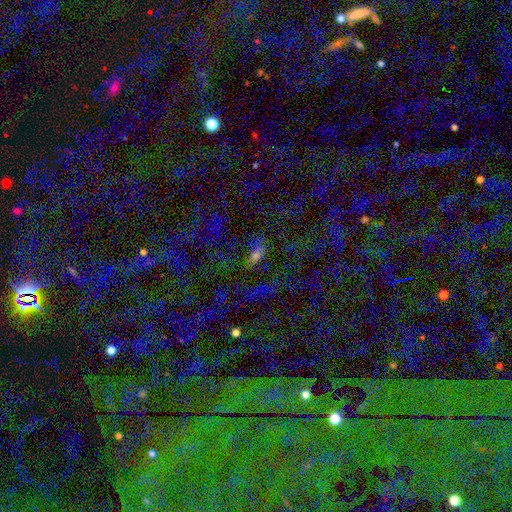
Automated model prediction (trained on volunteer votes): The model was most divided on "smooth or featured": smooth: 43%, star or artifact: 40%, featured or disk: 17%. More confident: merging — none (68%).